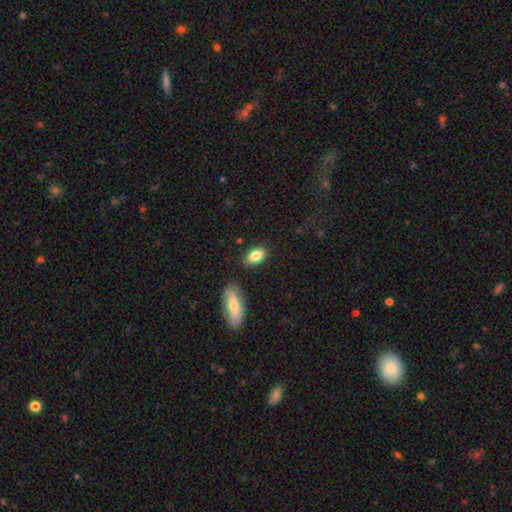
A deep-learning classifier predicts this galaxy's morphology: Overall: smooth (82%). How rounded: in between (90%). Merging: none (82%).